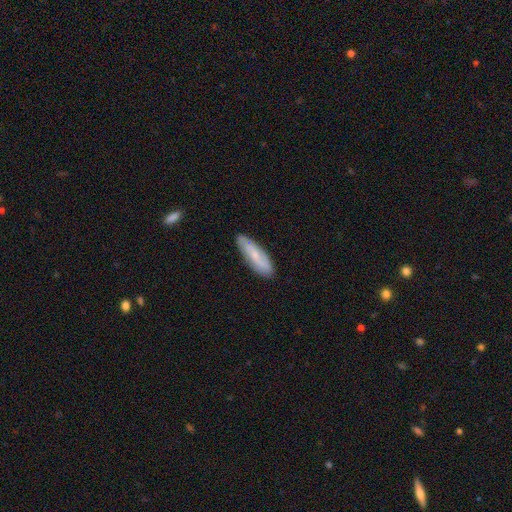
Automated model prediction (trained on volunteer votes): Q: Smooth or featured?
A: smooth (55%); runner-up: featured or disk (39%)
Q: How rounded?
A: cigar-shaped (53%); runner-up: in between (45%)
Q: Merging?
A: none (83%); runner-up: minor disturbance (13%)